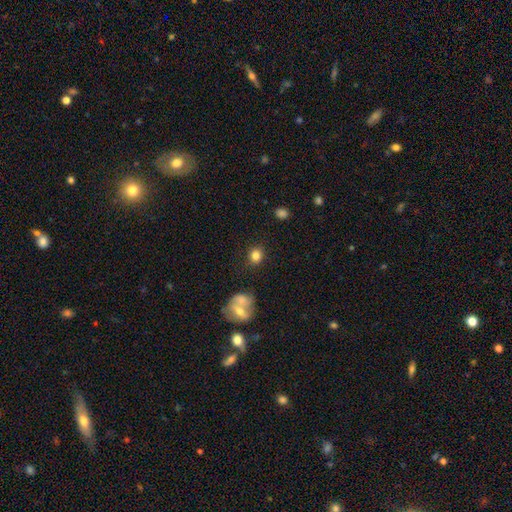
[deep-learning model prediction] This appears to be a smooth galaxy with no disk features (82%) that is round (75%). Merging: none (83%).